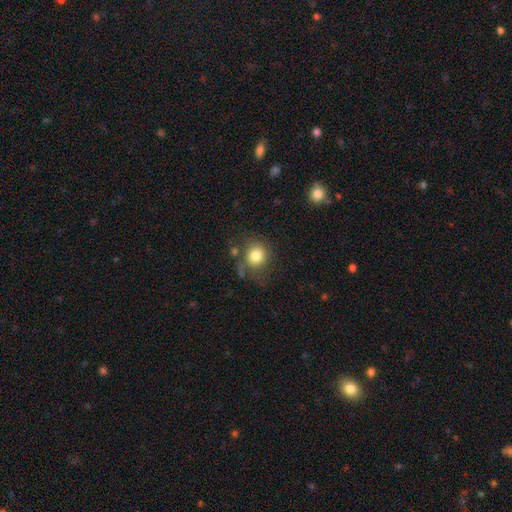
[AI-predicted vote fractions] smooth-or-featured: smooth: 81% | star or artifact: 10% | featured or disk: 9%
  how-rounded: round: 80% | in between: 19% | cigar-shaped: 1%
  merging: none: 64% | minor disturbance: 20% | major disturbance: 10% | merger: 7%